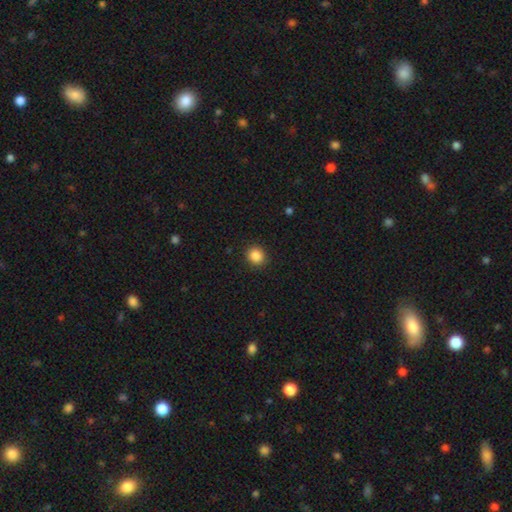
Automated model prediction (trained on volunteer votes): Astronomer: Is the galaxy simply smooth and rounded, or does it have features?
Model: smooth — 87%.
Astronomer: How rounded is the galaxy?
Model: round — 84%.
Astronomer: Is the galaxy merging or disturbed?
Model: none — 91%.